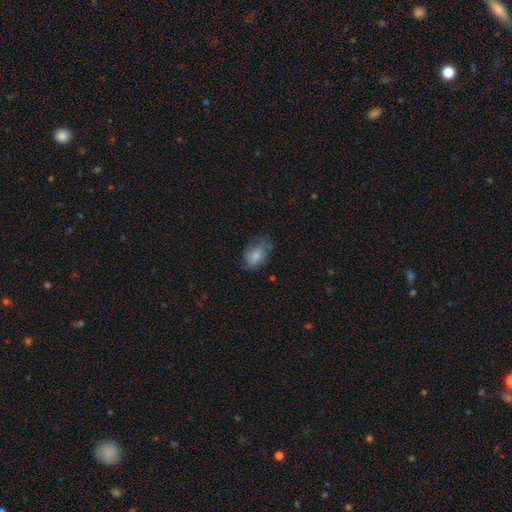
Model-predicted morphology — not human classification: Smooth or featured: smooth — 71% (featured or disk — 21%)
How rounded: in between — 78% (round — 20%)
Merging: none — 55% (minor disturbance — 30%)